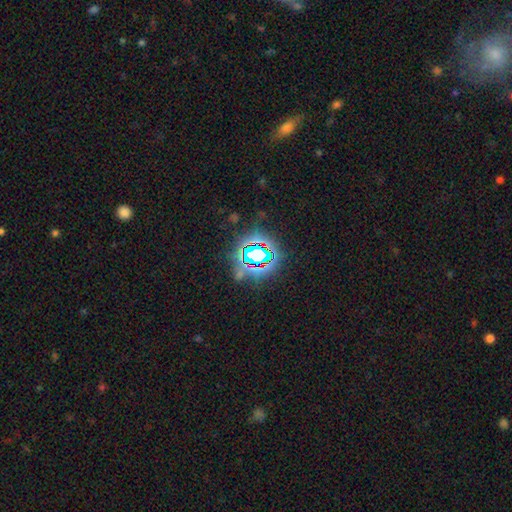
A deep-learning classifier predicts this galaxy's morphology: star or artifact 76%, smooth 14%, featured or disk 9%.